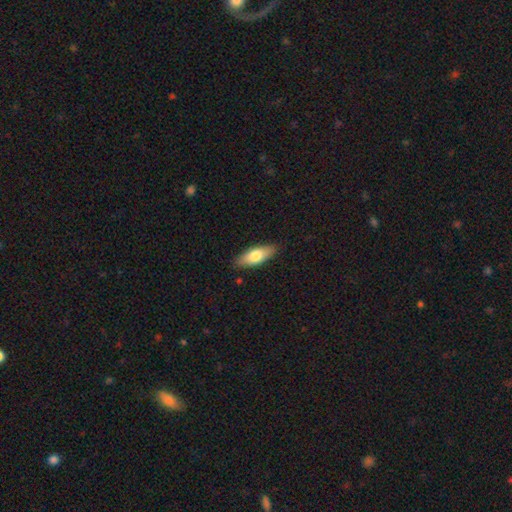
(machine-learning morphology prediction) Smooth or featured: smooth — 73% (featured or disk — 21%)
How rounded: in between — 71% (cigar-shaped — 27%)
Merging: none — 87% (minor disturbance — 10%)